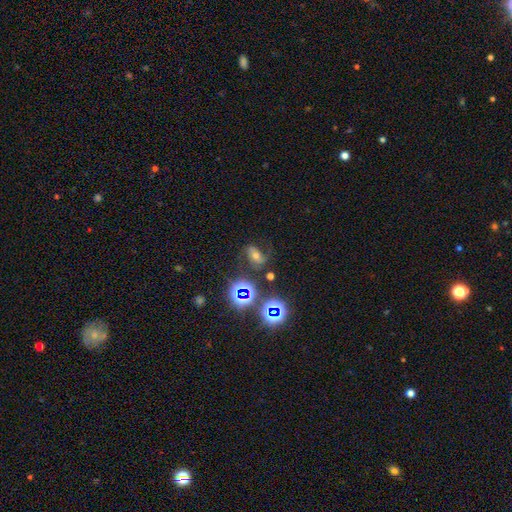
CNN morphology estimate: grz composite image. It shows a featured or disk galaxy (43%). Merging: none (63%).